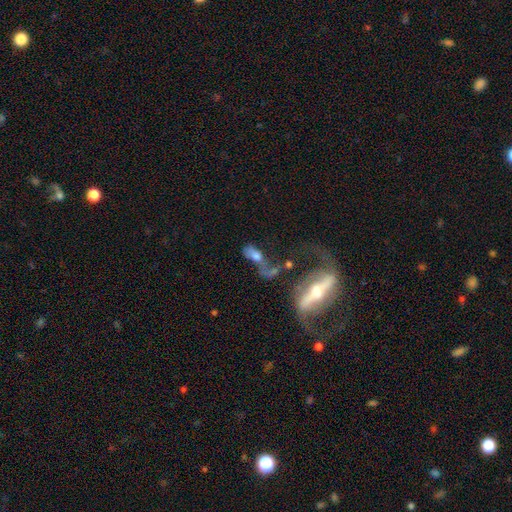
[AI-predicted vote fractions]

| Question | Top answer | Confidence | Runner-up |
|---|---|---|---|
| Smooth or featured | featured or disk | 44% | smooth (43%) |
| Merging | merger | 38% | major disturbance (29%) |